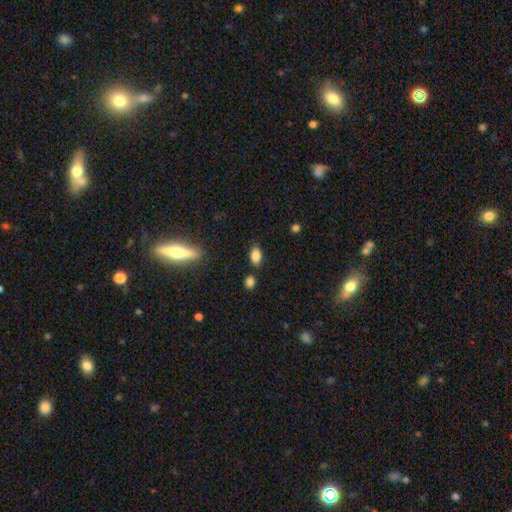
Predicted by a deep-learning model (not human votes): smooth-or-featured: smooth: 84% | star or artifact: 9% | featured or disk: 7%
  how-rounded: in between: 89% | round: 8% | cigar-shaped: 3%
  merging: none: 75% | minor disturbance: 16% | merger: 5% | major disturbance: 4%